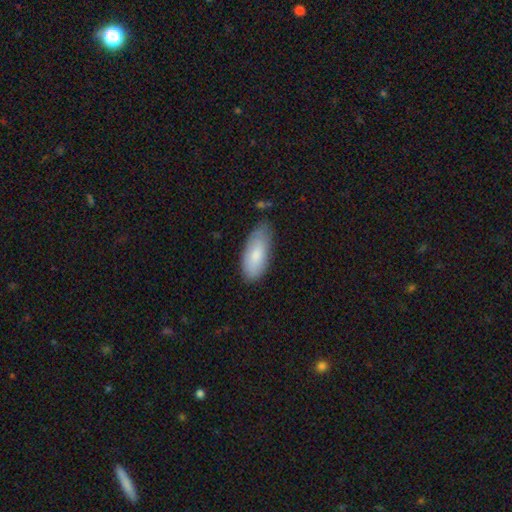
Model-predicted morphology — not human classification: Smooth or featured? smooth (78%)
How rounded? in between (85%)
Merging? none (68%)